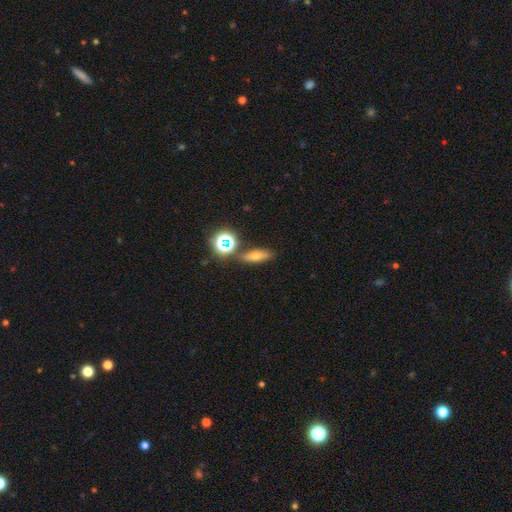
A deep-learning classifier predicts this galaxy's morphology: smooth-or-featured: smooth: 50% | featured or disk: 28% | star or artifact: 22%
  merging: none: 80% | minor disturbance: 10% | merger: 7% | major disturbance: 3%